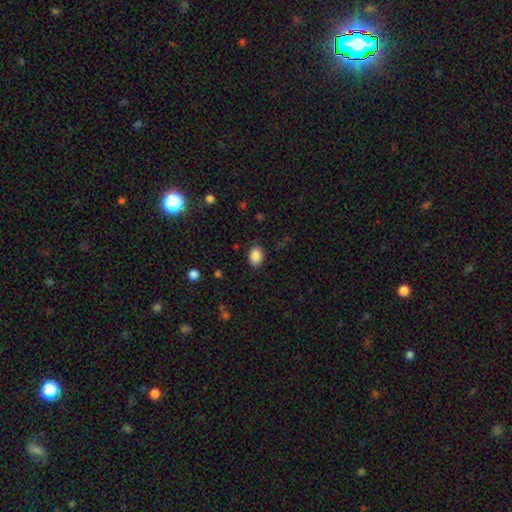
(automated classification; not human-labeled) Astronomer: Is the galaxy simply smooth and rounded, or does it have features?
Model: smooth — 88%.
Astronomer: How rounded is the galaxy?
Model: in between — 79%.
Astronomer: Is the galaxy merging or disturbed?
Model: none — 85%.